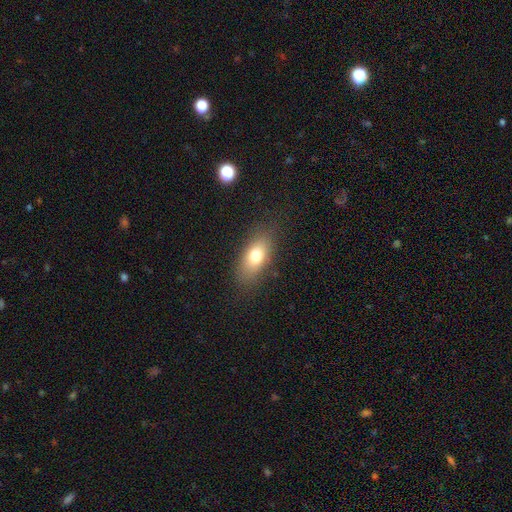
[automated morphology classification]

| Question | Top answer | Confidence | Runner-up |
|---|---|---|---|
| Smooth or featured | smooth | 74% | featured or disk (17%) |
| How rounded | in between | 83% | cigar-shaped (10%) |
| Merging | none | 82% | minor disturbance (12%) |